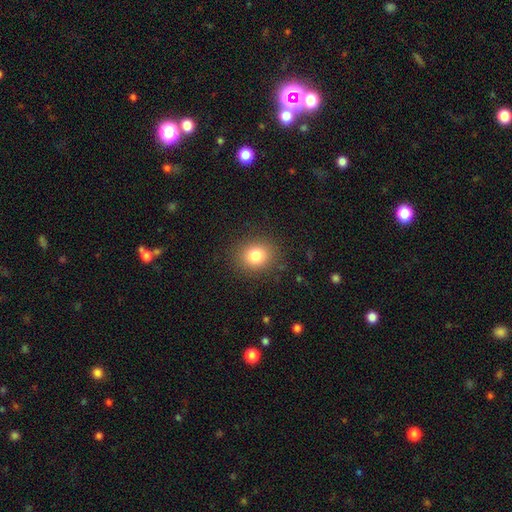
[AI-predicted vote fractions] The model was most divided on "how rounded": round: 76%, in between: 23%, cigar-shaped: 1%. More confident: merging — none (88%); smooth or featured — smooth (81%).